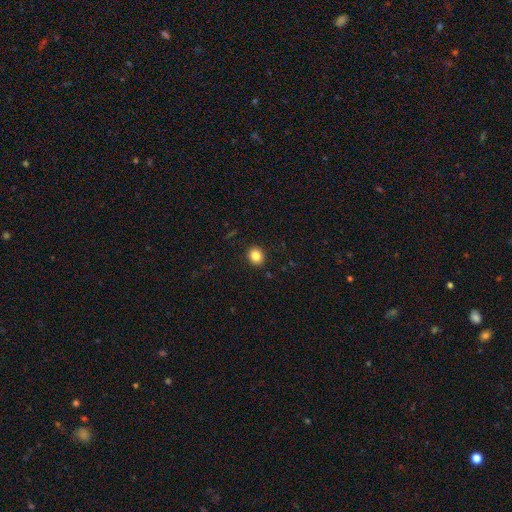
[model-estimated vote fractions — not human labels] The model was most divided on "how rounded": round: 74%, in between: 26%, cigar-shaped: 1%. More confident: merging — none (92%); smooth or featured — smooth (84%).